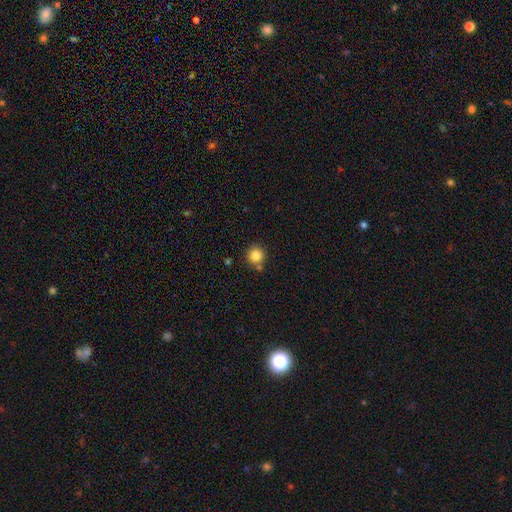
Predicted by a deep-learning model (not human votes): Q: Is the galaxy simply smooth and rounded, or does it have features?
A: smooth — 84%.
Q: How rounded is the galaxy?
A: round — 94%.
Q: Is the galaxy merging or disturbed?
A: none — 78%.